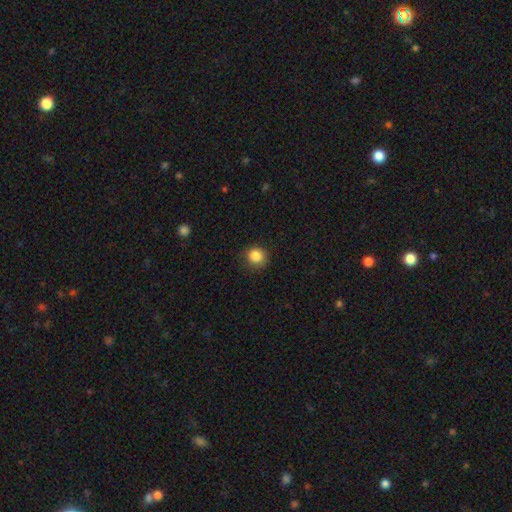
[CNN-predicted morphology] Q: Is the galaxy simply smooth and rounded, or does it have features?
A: smooth — 86%.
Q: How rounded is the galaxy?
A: round — 84%.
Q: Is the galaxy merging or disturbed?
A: none — 80%.